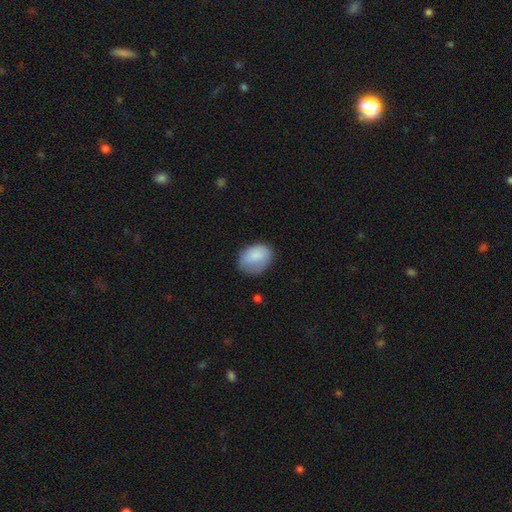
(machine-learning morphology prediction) smooth_or_featured: smooth (p=0.85) [alt: featured or disk p=0.08]
how_rounded: in between (p=0.73) [alt: round p=0.26]
merging: none (p=0.64) [alt: minor disturbance p=0.26]